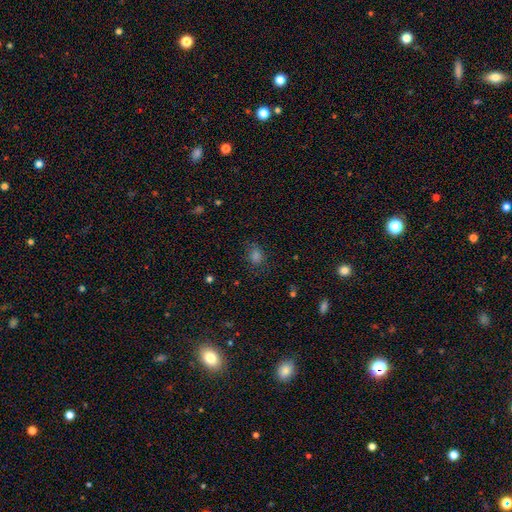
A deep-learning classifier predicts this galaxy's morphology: type=smooth (66%); roundness=round (58%); merging=none (76%).